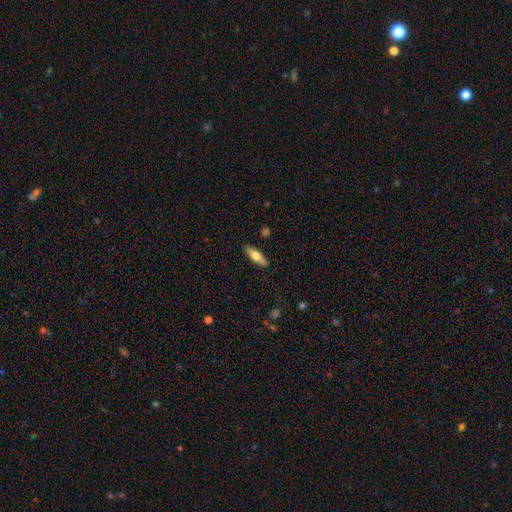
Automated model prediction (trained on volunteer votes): smooth-or-featured: smooth: 60% | featured or disk: 35% | star or artifact: 6%
  how-rounded: cigar-shaped: 60% | in between: 38% | round: 2%
  merging: none: 89% | minor disturbance: 8% | major disturbance: 2% | merger: 1%